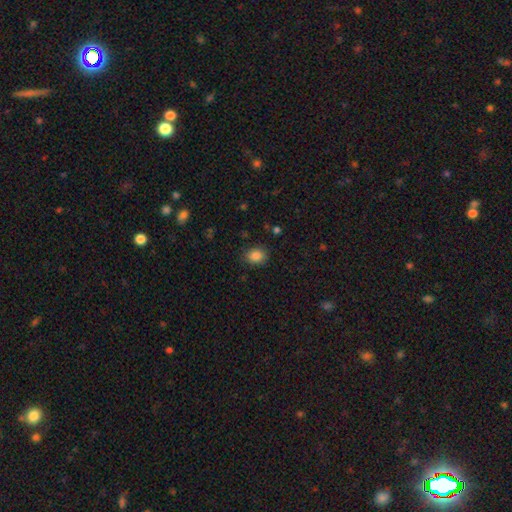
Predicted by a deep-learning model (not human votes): Overall: smooth (86%). How rounded: round (50%; in between 49%). Merging: none (86%).